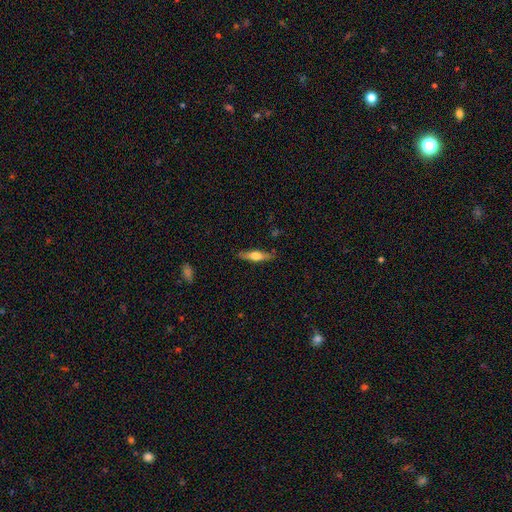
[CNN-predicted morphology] The model was most divided on "smooth or featured": smooth: 49%, featured or disk: 45%, star or artifact: 6%. More confident: merging — none (85%).